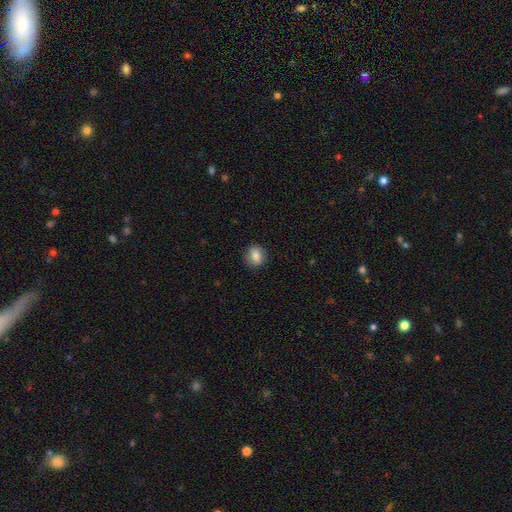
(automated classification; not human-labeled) smooth_or_featured: smooth (p=0.83) [alt: star or artifact p=0.09]
how_rounded: round (p=0.60) [alt: in between p=0.39]
merging: none (p=0.86) [alt: minor disturbance p=0.10]